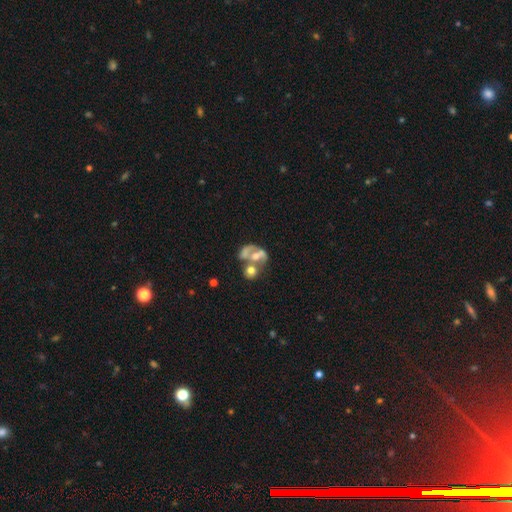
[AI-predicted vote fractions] Q: Smooth or featured?
A: featured or disk (56%); runner-up: smooth (32%)
Q: Edge-on disk?
A: no (97%); runner-up: yes (3%)
Q: Bar?
A: no (71%); runner-up: weak (21%)
Q: Spiral arms?
A: no (58%); runner-up: yes (42%)
Q: Bulge size?
A: moderate (54%); runner-up: small (21%)
Q: Merging?
A: merger (57%); runner-up: none (20%)